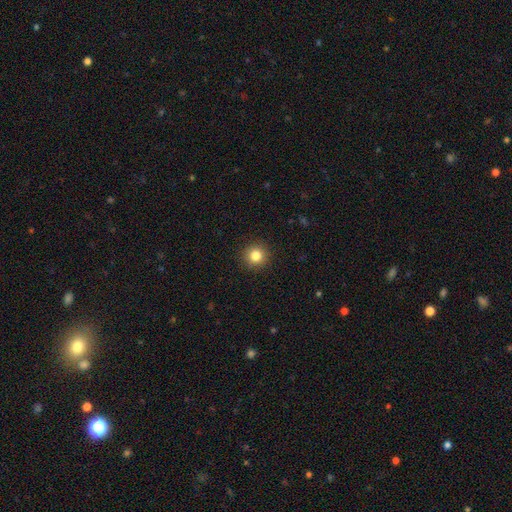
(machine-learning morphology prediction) smooth_or_featured: smooth (p=0.83) [alt: star or artifact p=0.11]
how_rounded: round (p=0.94) [alt: in between p=0.05]
merging: none (p=0.92) [alt: minor disturbance p=0.05]